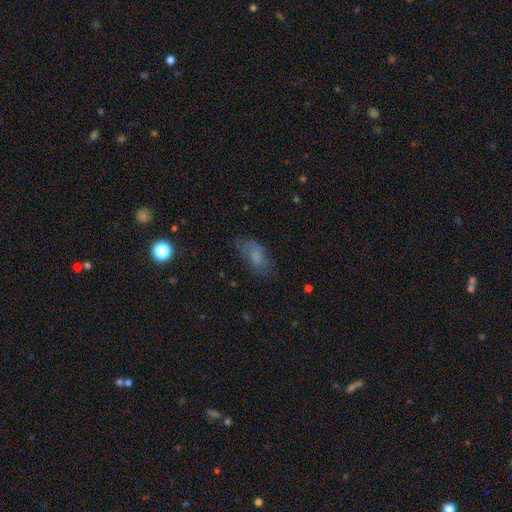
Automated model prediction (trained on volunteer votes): Morphology: type=smooth (62%); roundness=in between (87%); merging=none (58%).